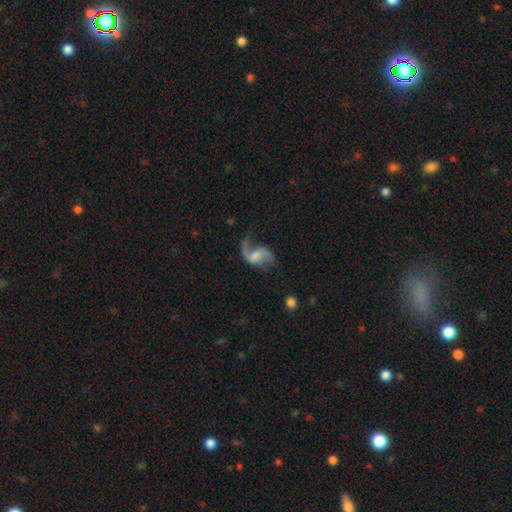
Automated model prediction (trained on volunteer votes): This appears to be a featured or disk galaxy (78%) with a weak bar (48%), 2 (75%) loose (73%) spiral arms (92%) and a moderate central bulge (33%). Merging: none (45%).